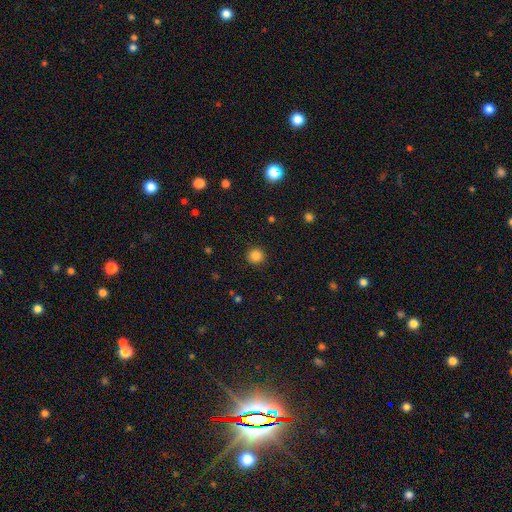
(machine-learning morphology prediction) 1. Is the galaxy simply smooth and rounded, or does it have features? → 84% smooth, 12% star or artifact, 3% featured or disk.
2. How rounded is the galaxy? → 94% round, 5% in between, 1% cigar-shaped.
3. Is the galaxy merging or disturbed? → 91% none, 6% minor disturbance, 2% major disturbance, 1% merger.